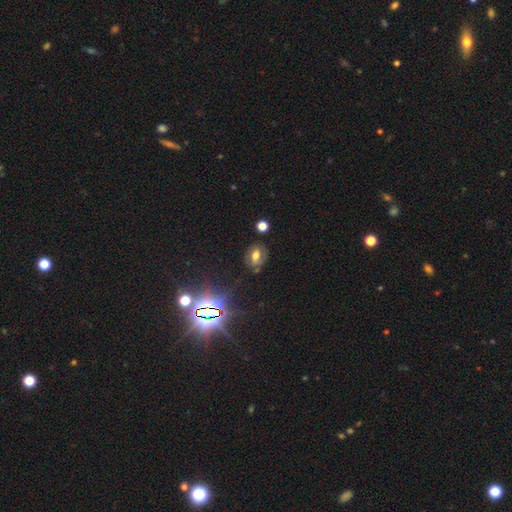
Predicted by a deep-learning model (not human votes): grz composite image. It shows a smooth galaxy with no disk features (44%). Merging: none (74%).